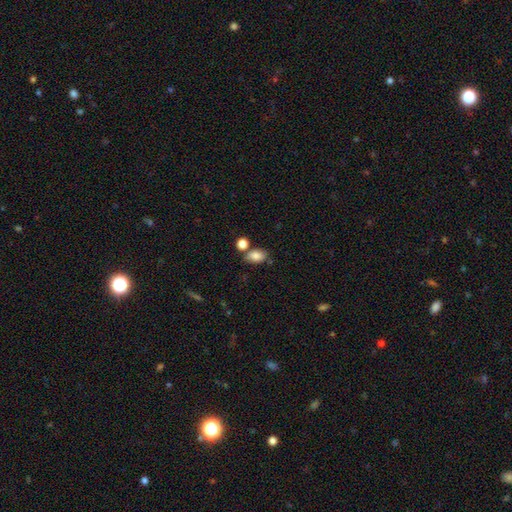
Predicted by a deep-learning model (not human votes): This appears to be a smooth galaxy with no disk features (83%) that is in between round and cigar-shaped (84%). Merging: none (63%).